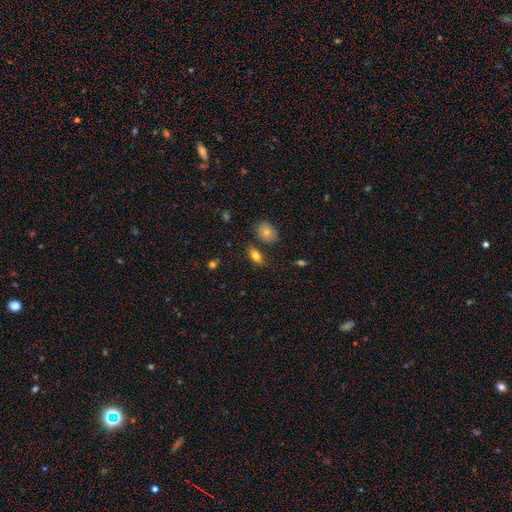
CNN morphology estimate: Smooth or featured? smooth (76%)
How rounded? in between (82%)
Merging? none (76%)